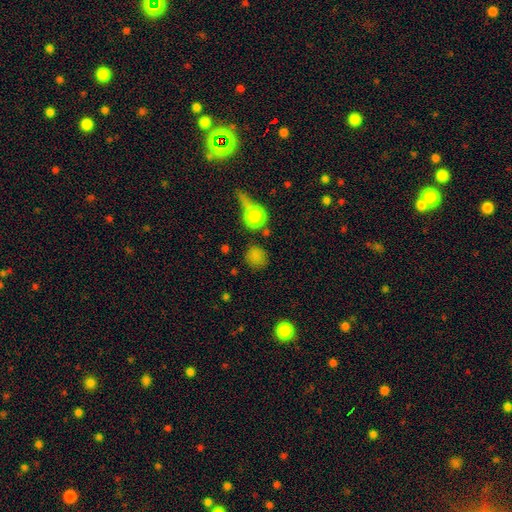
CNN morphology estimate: This is likely a smooth galaxy (76%). How rounded: clearly round (85%). Merging: likely none (70%).